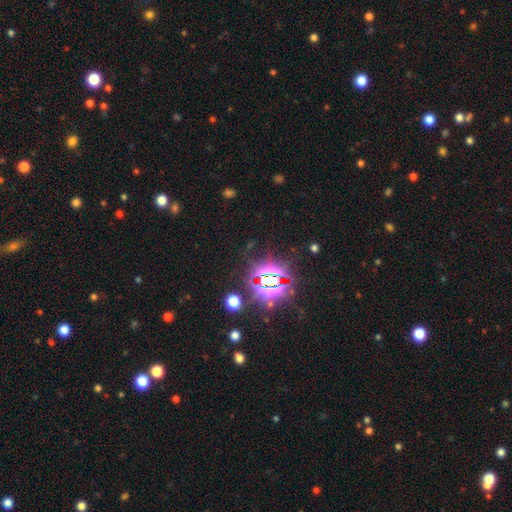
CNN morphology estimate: The model was most divided on "smooth or featured": star or artifact: 84%, smooth: 10%, featured or disk: 6%.